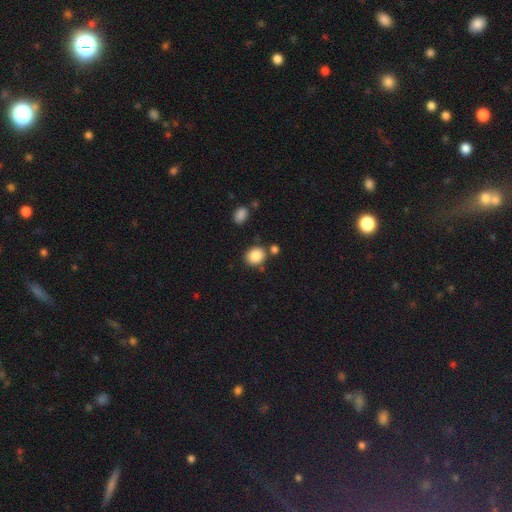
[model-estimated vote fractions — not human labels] smooth 86%, star or artifact 9%, featured or disk 5%. Down the decision tree: how rounded — round (59%); merging — none (75%).